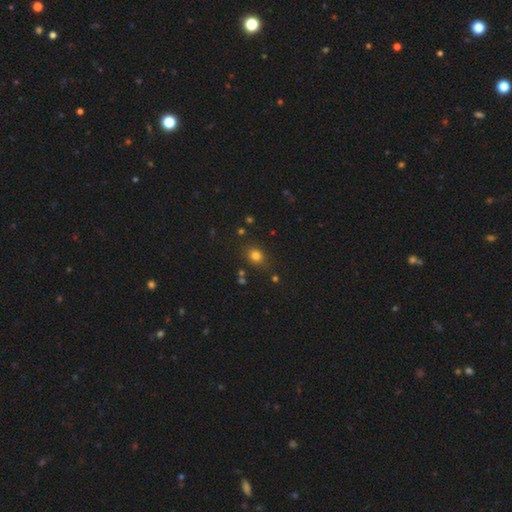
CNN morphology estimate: This is likely a smooth galaxy (78%). How rounded: possibly round (58%). Merging: clearly none (81%).